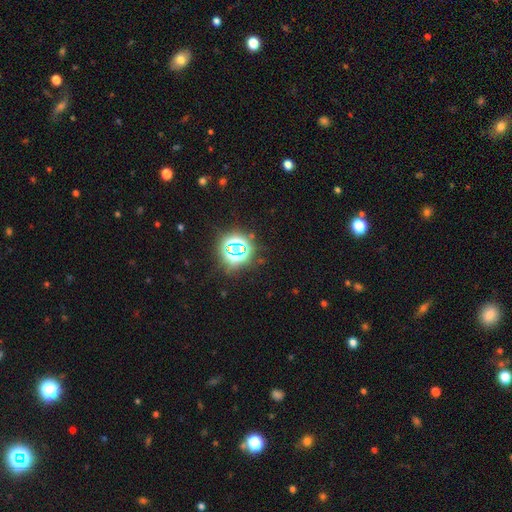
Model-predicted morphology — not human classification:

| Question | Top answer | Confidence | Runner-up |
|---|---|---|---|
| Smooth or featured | star or artifact | 77% | smooth (17%) |